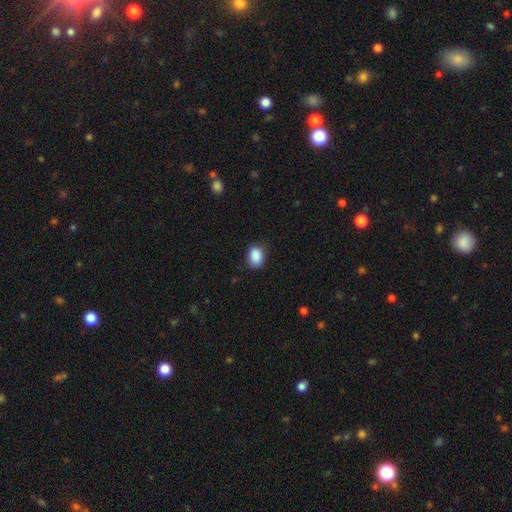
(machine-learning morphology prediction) type=smooth (89%); roundness=in between (73%); merging=none (80%).